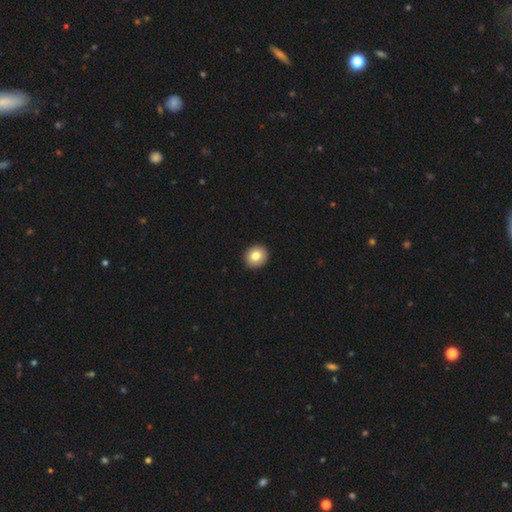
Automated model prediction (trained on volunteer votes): This appears to be a smooth galaxy with no disk features (81%) that is round (86%). Merging: none (93%).